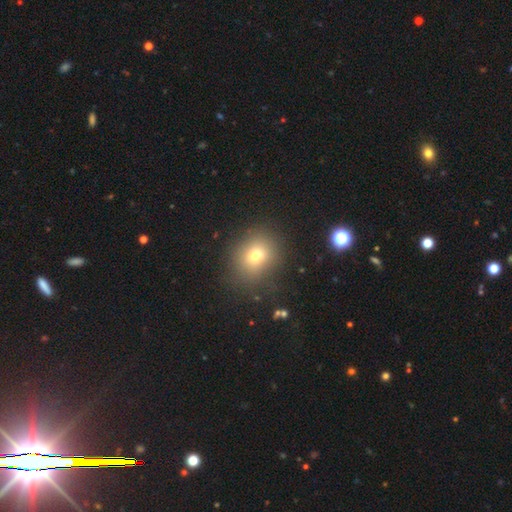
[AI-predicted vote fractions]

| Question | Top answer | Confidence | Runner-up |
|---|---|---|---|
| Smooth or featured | smooth | 72% | star or artifact (16%) |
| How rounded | round | 70% | in between (29%) |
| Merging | none | 83% | minor disturbance (10%) |